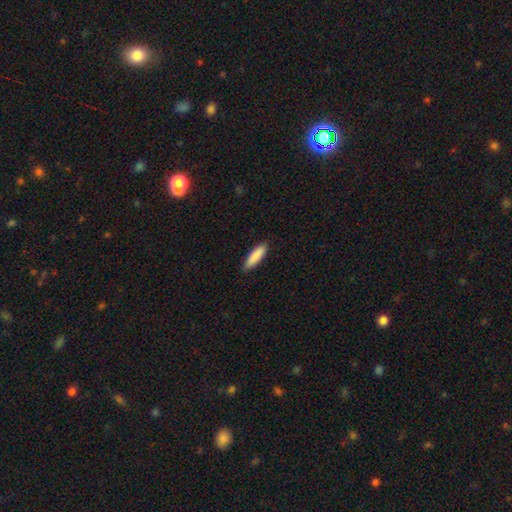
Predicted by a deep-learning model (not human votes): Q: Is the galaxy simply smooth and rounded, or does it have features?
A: smooth — 88%.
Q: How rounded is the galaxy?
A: cigar-shaped — 63%.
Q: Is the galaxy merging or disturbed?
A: none — 88%.